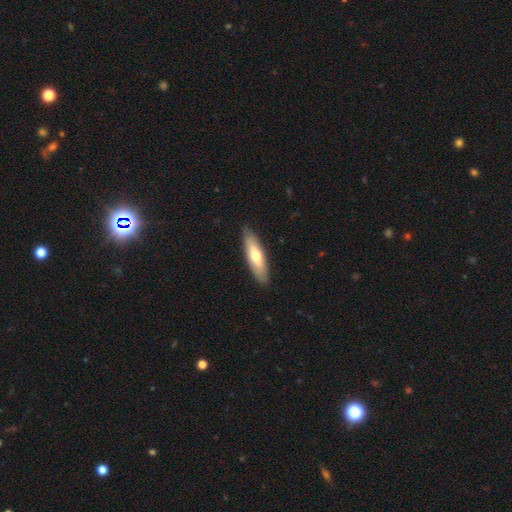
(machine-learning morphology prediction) Smooth or featured: smooth — 57% (featured or disk — 38%)
How rounded: cigar-shaped — 60% (in between — 39%)
Merging: none — 87% (minor disturbance — 10%)